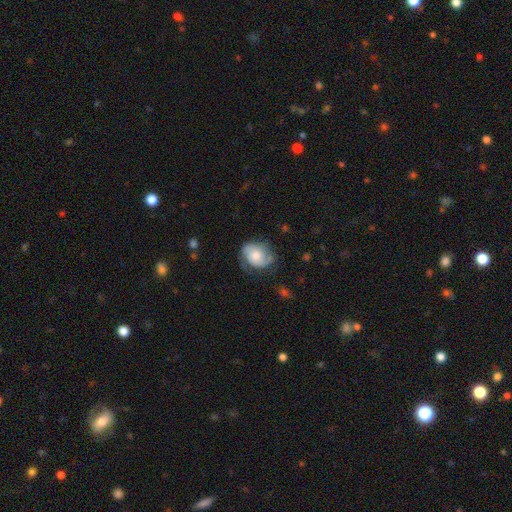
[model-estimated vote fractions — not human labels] A featured or disk galaxy (59%) with no bar (75%), spiral arms (87%) and a moderate central bulge (53%).

Vote fractions:
- Smooth or featured? featured or disk: 59% / smooth: 33% / star or artifact: 7%
- Edge-on disk? no: 97% / yes: 3%
- Bar? no: 75% / weak: 21% / strong: 4%
- Spiral arms? yes: 87% / no: 13%
- Bulge size? moderate: 53% / small: 33% / large: 9% / none: 3% / dominant: 2%
- Merging? none: 62% / minor disturbance: 24% / major disturbance: 12% / merger: 1%